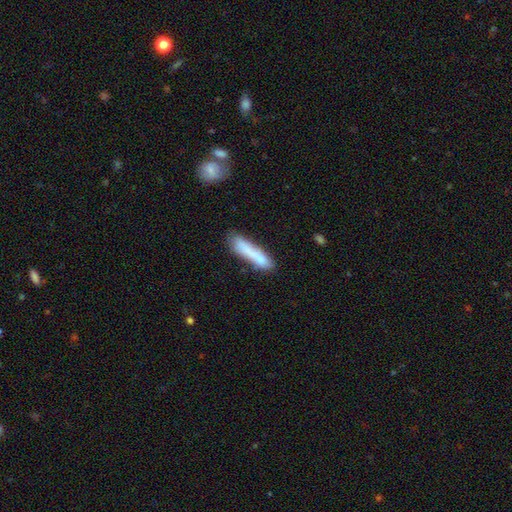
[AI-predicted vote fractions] Smooth or featured? smooth (69%)
How rounded? cigar-shaped (83%)
Merging? none (52%)